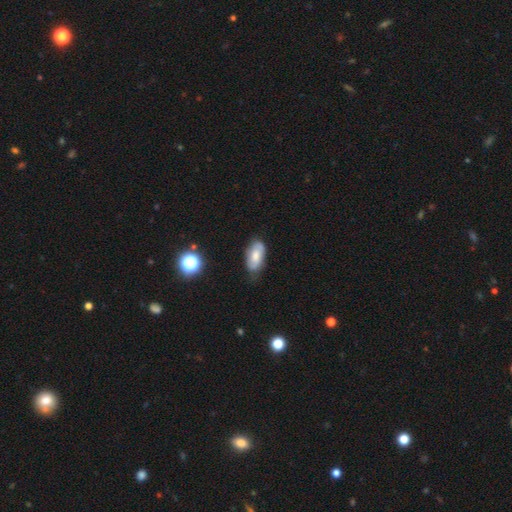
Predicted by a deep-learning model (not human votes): smooth-or-featured: smooth: 63% | featured or disk: 28% | star or artifact: 8%
  how-rounded: in between: 91% | cigar-shaped: 6% | round: 4%
  merging: none: 68% | minor disturbance: 25% | major disturbance: 5% | merger: 2%